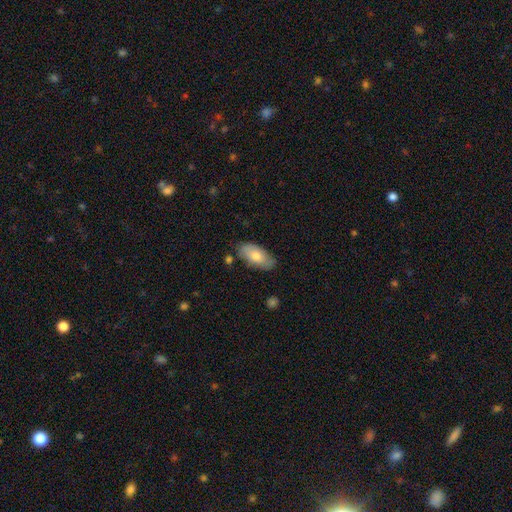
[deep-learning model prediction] Overall: smooth (71%). How rounded: in between (92%). Merging: none (79%).